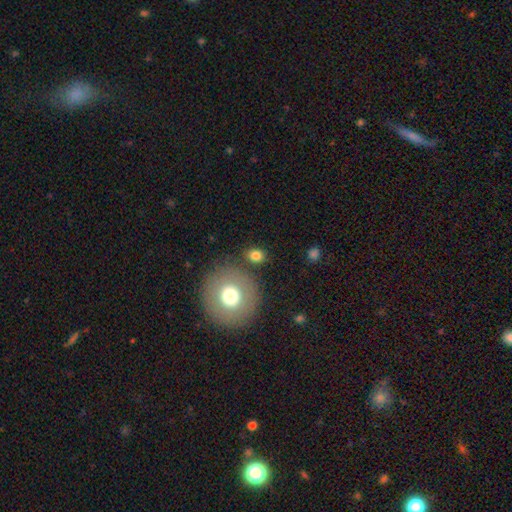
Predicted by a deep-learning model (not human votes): smooth_or_featured: smooth (p=0.78) [alt: star or artifact p=0.11]
how_rounded: round (p=0.68) [alt: in between p=0.30]
merging: none (p=0.80) [alt: minor disturbance p=0.10]